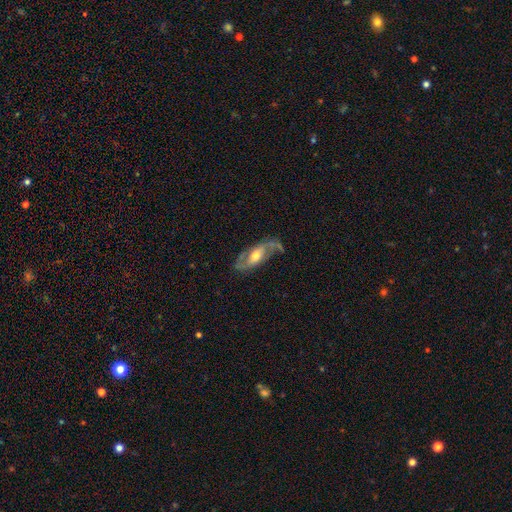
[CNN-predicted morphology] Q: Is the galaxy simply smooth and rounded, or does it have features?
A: featured or disk — 82%.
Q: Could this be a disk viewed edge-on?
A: no — 91%.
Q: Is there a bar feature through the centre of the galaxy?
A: weak — 41%.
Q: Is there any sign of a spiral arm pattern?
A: yes — 91%.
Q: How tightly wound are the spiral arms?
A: loose — 43%.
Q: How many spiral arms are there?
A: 2 — 88%.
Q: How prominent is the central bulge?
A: moderate — 69%.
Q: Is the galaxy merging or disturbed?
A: none — 68%.